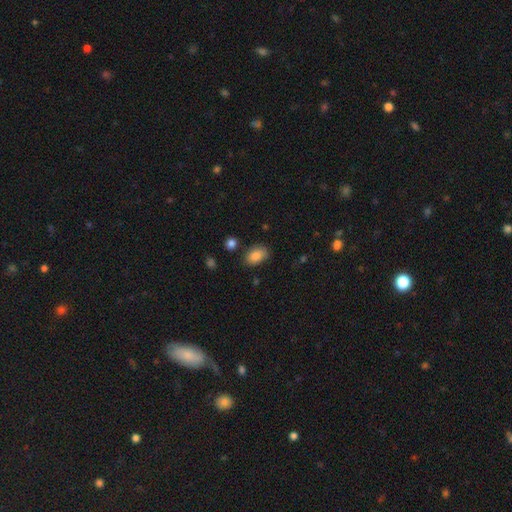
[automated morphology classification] smooth-or-featured: smooth: 85% | star or artifact: 8% | featured or disk: 7%
  how-rounded: in between: 86% | round: 13% | cigar-shaped: 1%
  merging: none: 75% | minor disturbance: 18% | major disturbance: 4% | merger: 3%